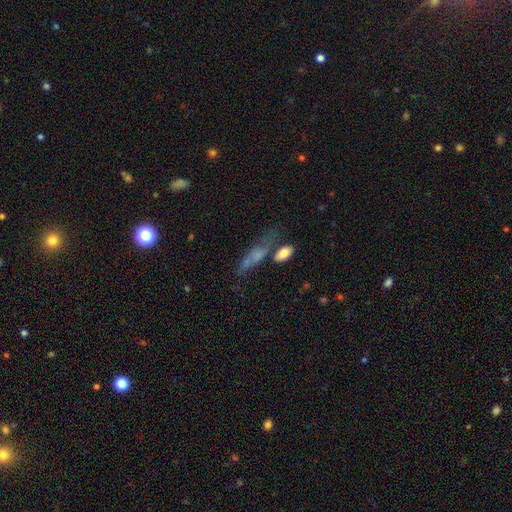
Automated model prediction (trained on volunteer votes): This is possibly a smooth galaxy (48%). Merging: marginally none (42%).